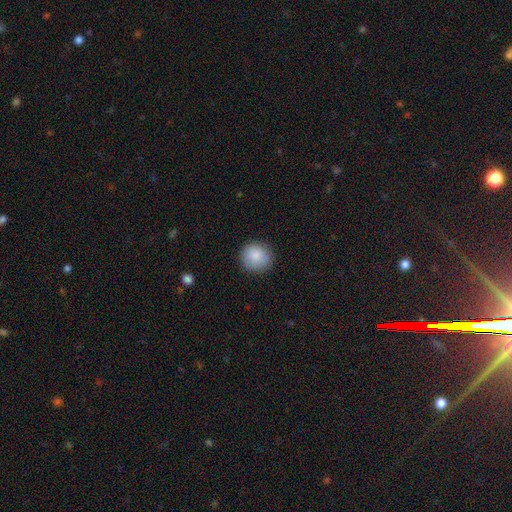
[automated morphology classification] Smooth or featured? Predicted: smooth (p=0.87). How rounded? Predicted: round (p=0.92). Merging? Predicted: none (p=0.87).